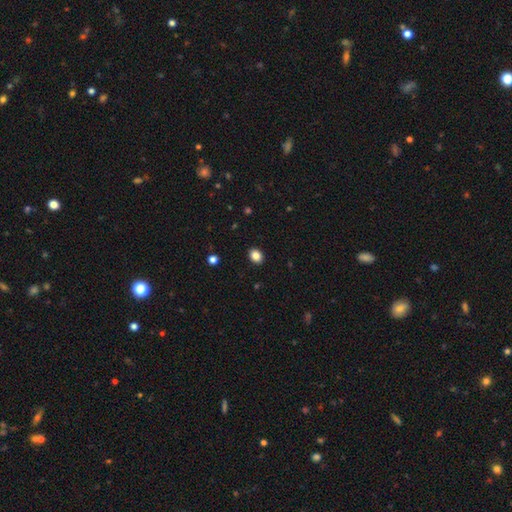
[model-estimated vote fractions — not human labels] This is clearly a smooth galaxy (86%). How rounded: possibly in between (54%). Merging: clearly none (91%).